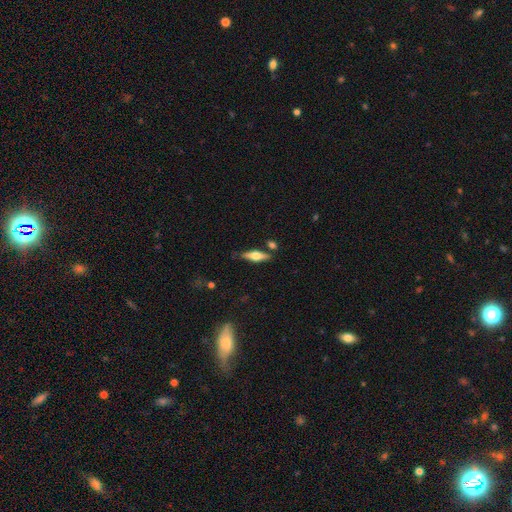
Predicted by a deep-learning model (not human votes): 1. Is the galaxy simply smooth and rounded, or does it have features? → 55% featured or disk, 39% smooth, 6% star or artifact.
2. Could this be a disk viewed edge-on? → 94% yes, 6% no.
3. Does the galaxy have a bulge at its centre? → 90% rounded, 8% boxy, 2% none.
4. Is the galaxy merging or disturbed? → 78% none, 13% minor disturbance, 6% merger, 3% major disturbance.